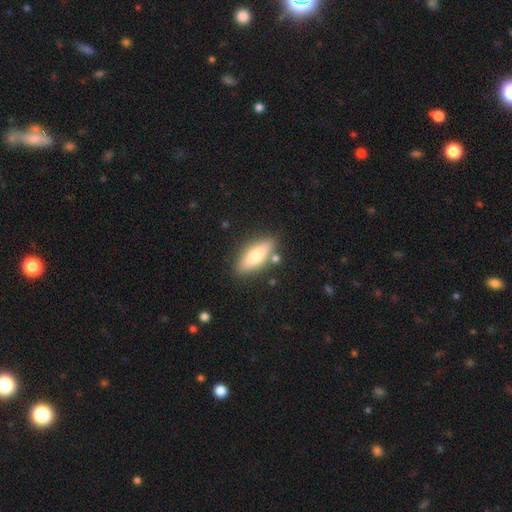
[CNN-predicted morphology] type=smooth (64%); roundness=in between (59%); merging=none (82%).